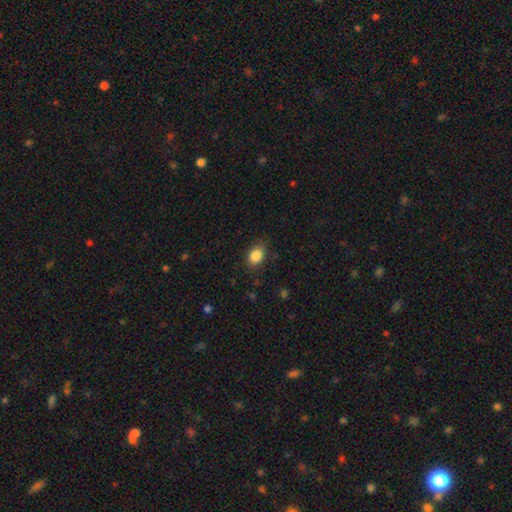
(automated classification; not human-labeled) This appears to be a smooth galaxy with no disk features (87%) that is in between round and cigar-shaped (74%). Merging: none (82%).